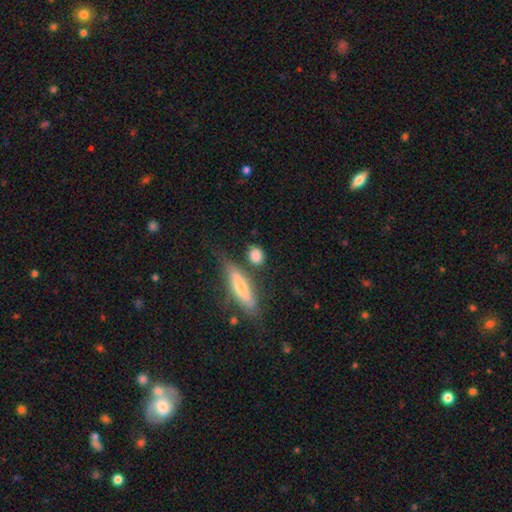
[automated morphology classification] This appears to be a smooth galaxy with no disk features (81%) that is round (47%). Merging: none (70%).